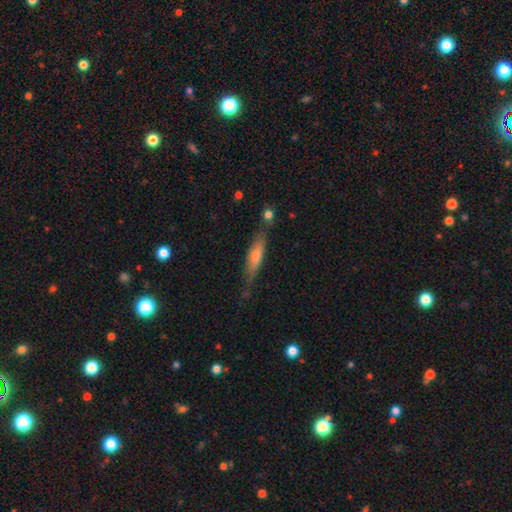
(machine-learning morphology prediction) smooth-or-featured: featured or disk: 47% | smooth: 46% | star or artifact: 7%
  merging: none: 72% | minor disturbance: 19% | major disturbance: 5% | merger: 5%